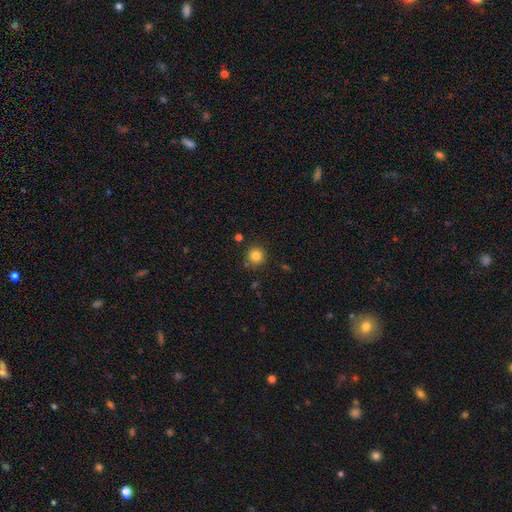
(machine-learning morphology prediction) A smooth galaxy with no disk features (83%) that is round (93%). Merging: none (85%).